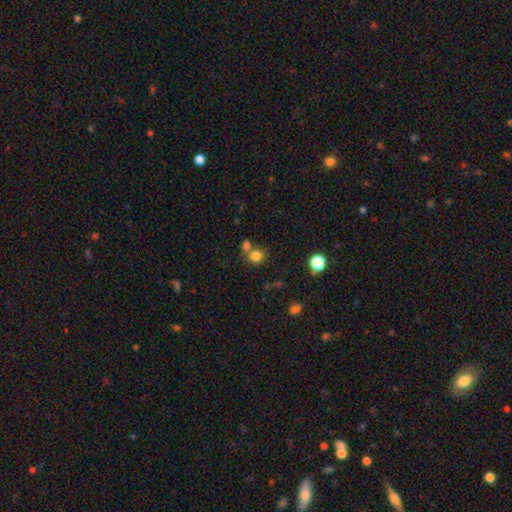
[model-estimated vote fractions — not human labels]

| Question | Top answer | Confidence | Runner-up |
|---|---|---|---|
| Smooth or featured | smooth | 79% | star or artifact (13%) |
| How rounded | round | 82% | in between (17%) |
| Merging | none | 54% | merger (33%) |